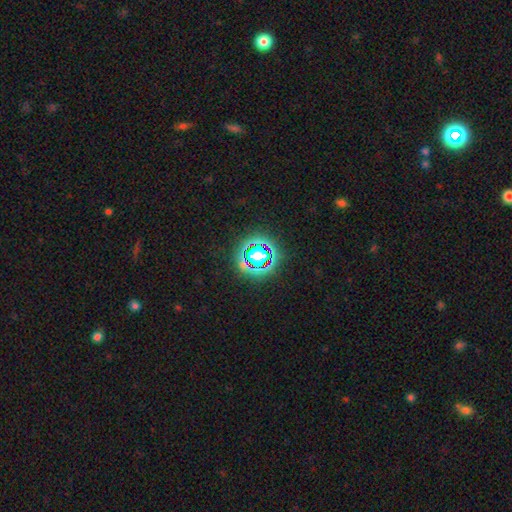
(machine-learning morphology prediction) type=star or artifact (60%).